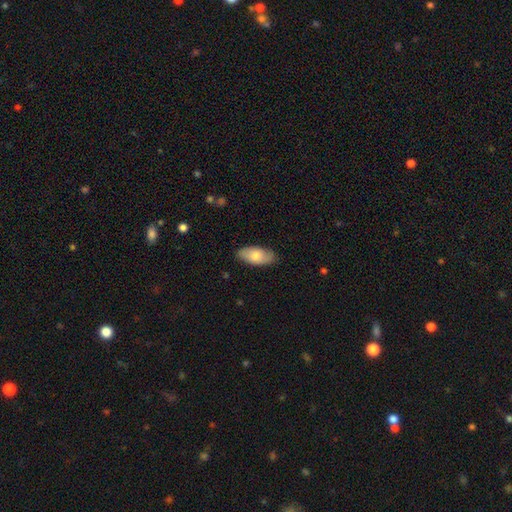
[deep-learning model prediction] Overall: smooth (78%). How rounded: in between (91%). Merging: none (84%).